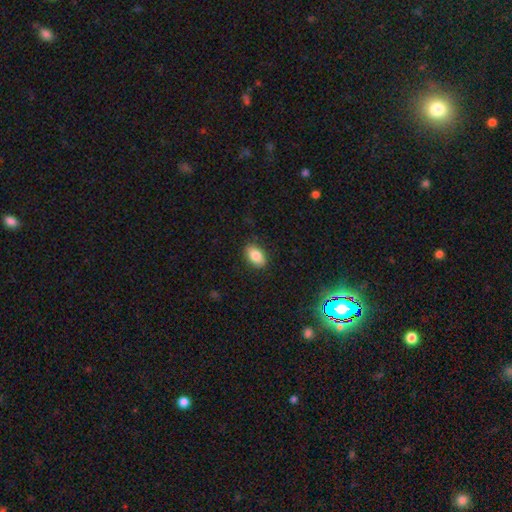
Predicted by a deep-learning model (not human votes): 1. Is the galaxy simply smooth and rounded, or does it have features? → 83% smooth, 9% featured or disk, 8% star or artifact.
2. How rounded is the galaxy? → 89% in between, 9% round, 2% cigar-shaped.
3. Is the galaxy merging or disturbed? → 86% none, 10% minor disturbance, 2% major disturbance, 1% merger.